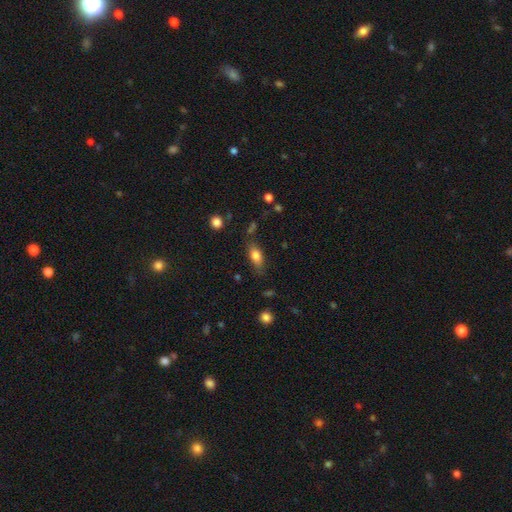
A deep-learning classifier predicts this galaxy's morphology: A smooth galaxy with no disk features (77%) that is in between round and cigar-shaped (82%). Merging: none (72%).